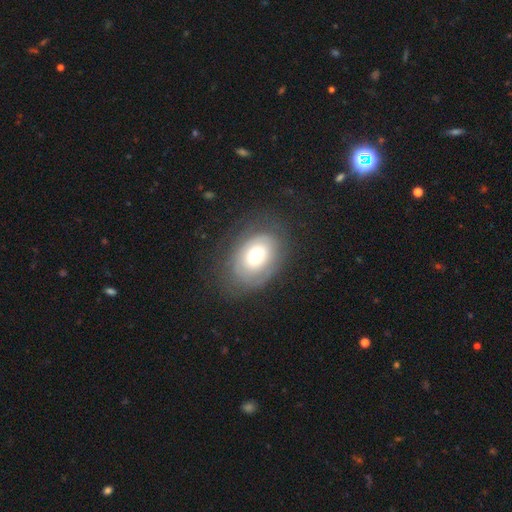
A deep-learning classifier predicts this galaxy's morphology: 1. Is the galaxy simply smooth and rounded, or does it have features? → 51% smooth, 41% featured or disk, 8% star or artifact.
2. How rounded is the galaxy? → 75% in between, 24% round, 1% cigar-shaped.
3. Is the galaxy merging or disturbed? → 72% none, 16% minor disturbance, 10% major disturbance, 1% merger.